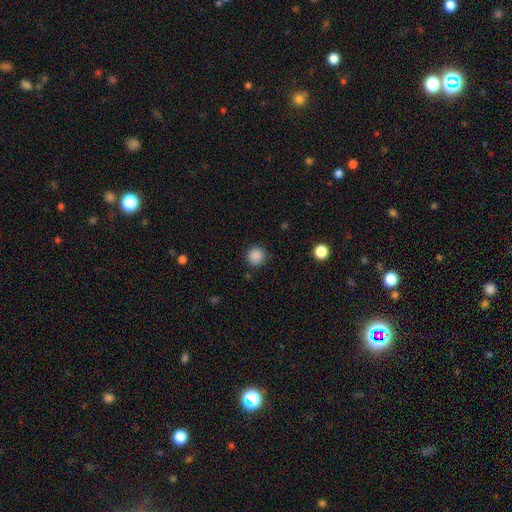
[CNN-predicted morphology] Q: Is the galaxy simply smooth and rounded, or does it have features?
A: smooth — 87%.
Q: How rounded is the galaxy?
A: round — 94%.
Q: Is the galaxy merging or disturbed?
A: none — 89%.